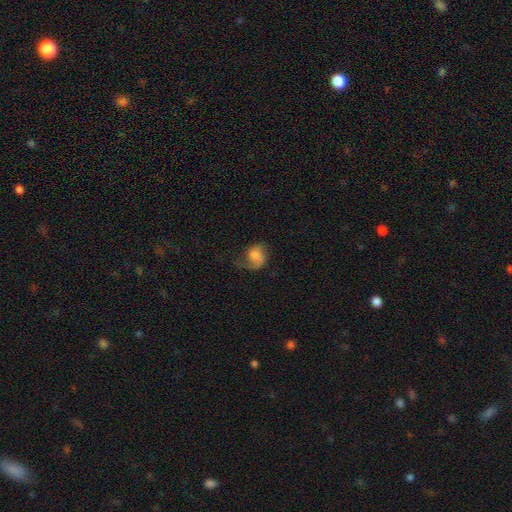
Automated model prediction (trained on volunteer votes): Smooth or featured: featured or disk — 53% (smooth — 38%)
Edge-on disk: no — 97% (yes — 3%)
Bar: no — 64% (weak — 30%)
Spiral arms: yes — 90% (no — 10%)
Bulge size: none — 32% (large — 23%)
Merging: none — 44% (major disturbance — 30%)